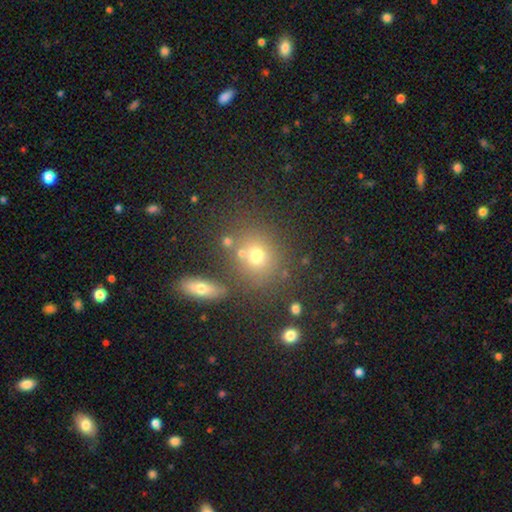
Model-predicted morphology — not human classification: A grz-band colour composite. It shows a smooth galaxy with no disk features (70%) that is round (74%). Merging: none (70%).